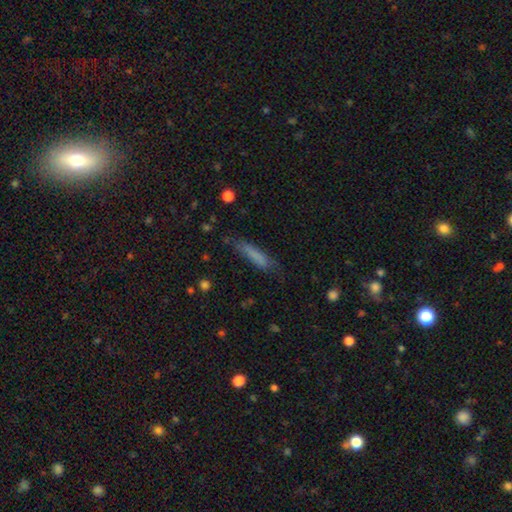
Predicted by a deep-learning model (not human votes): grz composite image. It shows a smooth galaxy with no disk features (74%) that is cigar-shaped (85%). Merging: none (68%).